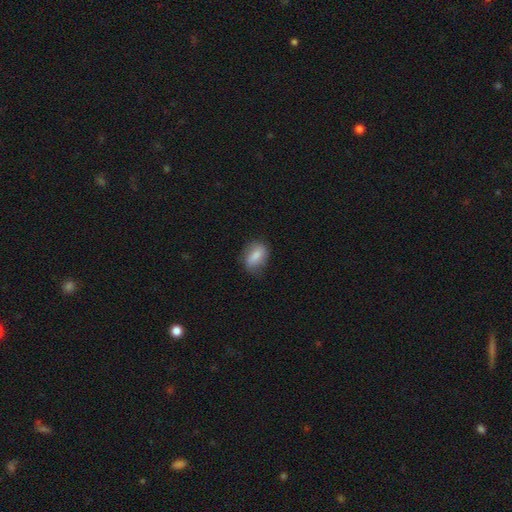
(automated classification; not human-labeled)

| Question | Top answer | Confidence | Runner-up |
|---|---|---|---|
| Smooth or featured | smooth | 79% | featured or disk (13%) |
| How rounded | in between | 82% | round (15%) |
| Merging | none | 67% | minor disturbance (25%) |